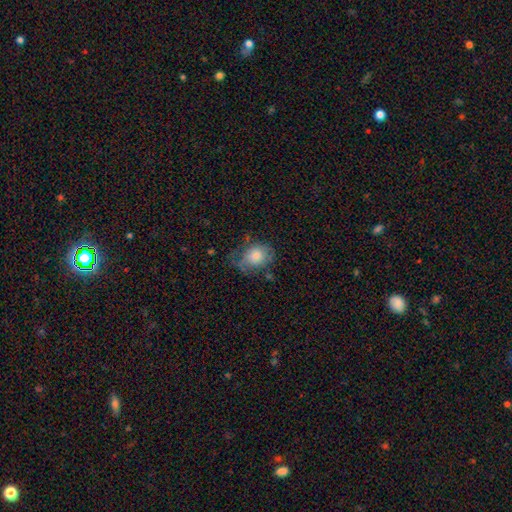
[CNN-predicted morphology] smooth_or_featured: smooth (p=0.68) [alt: featured or disk p=0.23]
how_rounded: in between (p=0.56) [alt: round p=0.43]
merging: none (p=0.49) [alt: minor disturbance p=0.31]